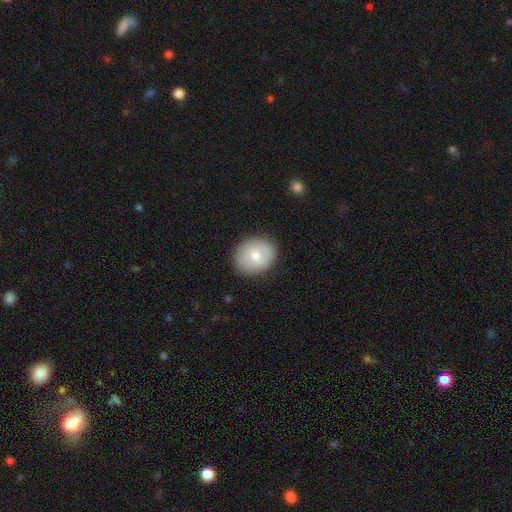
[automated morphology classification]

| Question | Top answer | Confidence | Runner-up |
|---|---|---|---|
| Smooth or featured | smooth | 64% | featured or disk (29%) |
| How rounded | round | 65% | in between (34%) |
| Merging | none | 86% | minor disturbance (10%) |